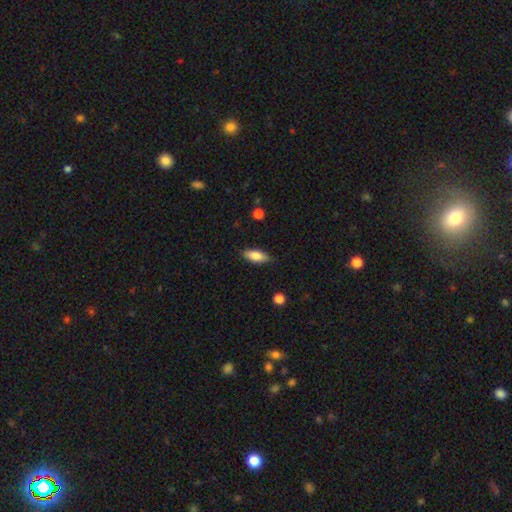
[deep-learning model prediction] Morphology: type=smooth (79%); roundness=in between (76%); merging=none (85%).